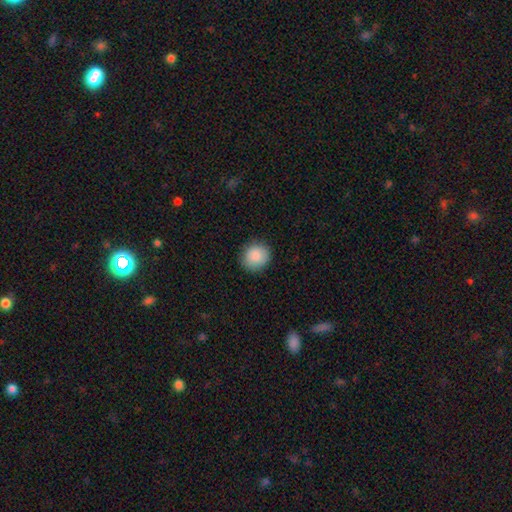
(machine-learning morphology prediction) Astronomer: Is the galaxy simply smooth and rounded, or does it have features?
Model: smooth — 89%.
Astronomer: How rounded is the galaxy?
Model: round — 87%.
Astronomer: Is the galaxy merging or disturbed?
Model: none — 88%.